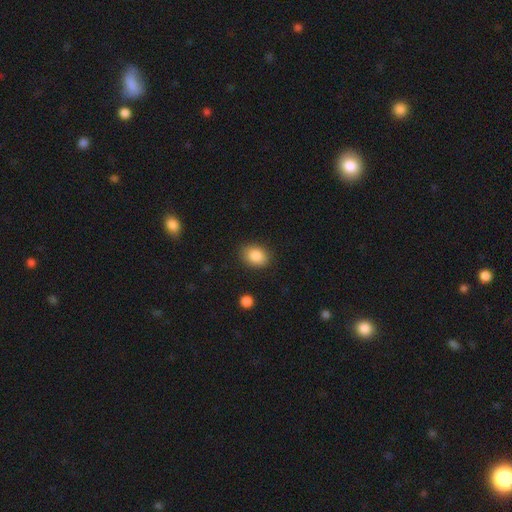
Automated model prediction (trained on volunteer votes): Smooth or featured? Predicted: smooth (p=0.87). How rounded? Predicted: in between (p=0.68). Merging? Predicted: none (p=0.85).